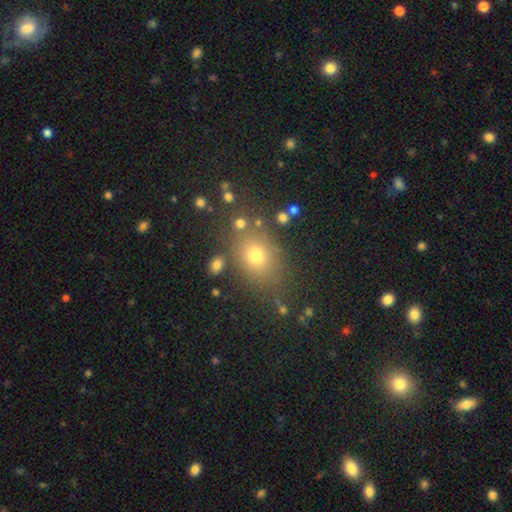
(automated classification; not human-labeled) Q: Smooth or featured?
A: smooth (68%); runner-up: star or artifact (20%)
Q: How rounded?
A: in between (56%); runner-up: round (42%)
Q: Merging?
A: none (78%); runner-up: minor disturbance (12%)